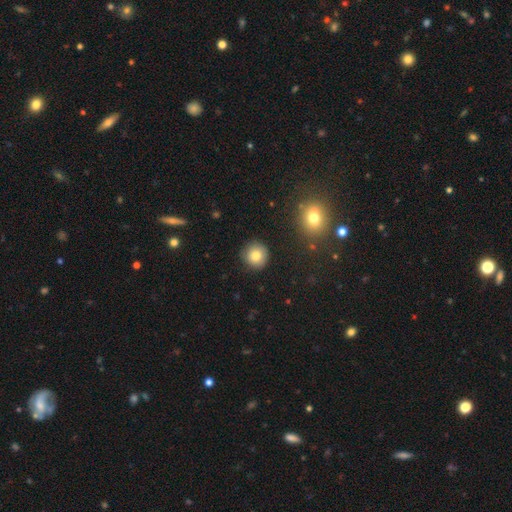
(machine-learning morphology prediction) smooth-or-featured: smooth: 82% | star or artifact: 10% | featured or disk: 8%
  how-rounded: round: 92% | in between: 7% | cigar-shaped: 1%
  merging: none: 88% | minor disturbance: 9% | major disturbance: 2% | merger: 1%